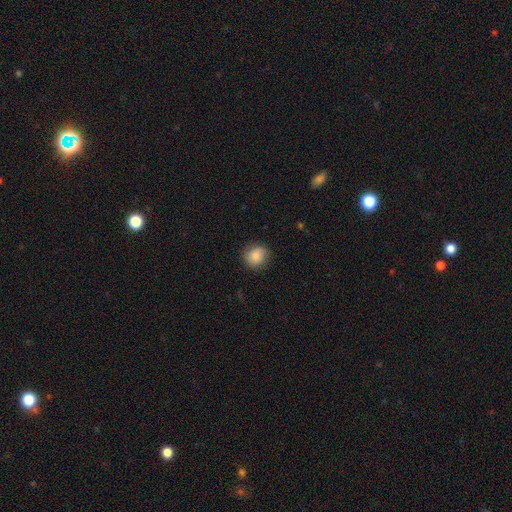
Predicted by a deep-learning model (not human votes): smooth_or_featured: smooth (p=0.84) [alt: star or artifact p=0.08]
how_rounded: round (p=0.82) [alt: in between p=0.17]
merging: none (p=0.83) [alt: minor disturbance p=0.13]